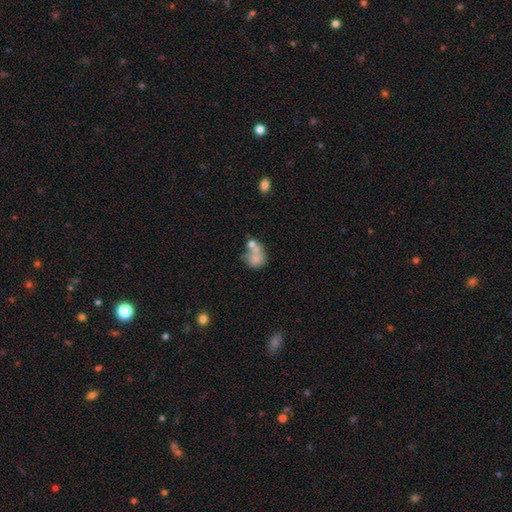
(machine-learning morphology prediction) Smooth or featured: smooth — 66% (featured or disk — 23%)
How rounded: round — 67% (in between — 32%)
Merging: merger — 40% (none — 34%)